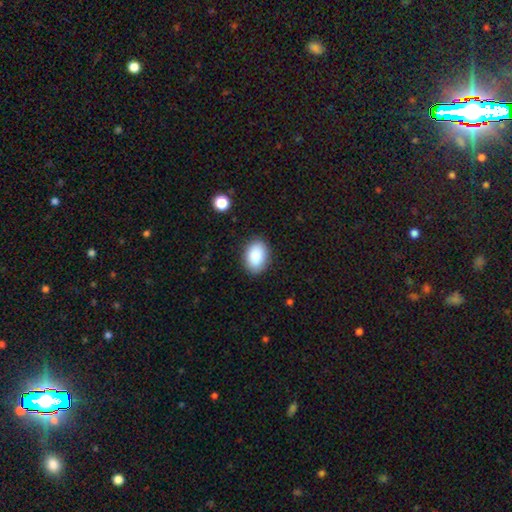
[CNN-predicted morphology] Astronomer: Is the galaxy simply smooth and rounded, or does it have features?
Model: smooth — 89%.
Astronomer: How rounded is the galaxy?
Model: in between — 85%.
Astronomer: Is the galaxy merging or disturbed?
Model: none — 87%.